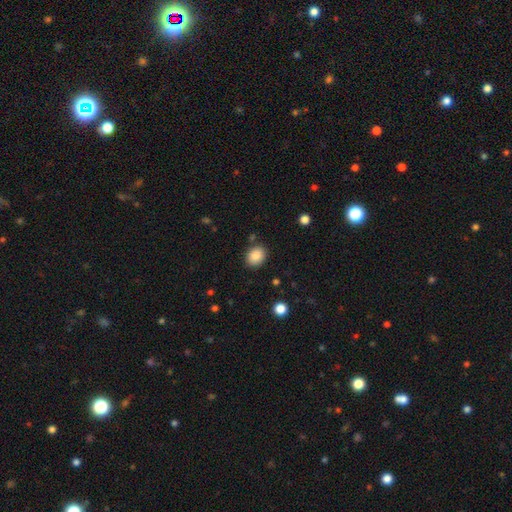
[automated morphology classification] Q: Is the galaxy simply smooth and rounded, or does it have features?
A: smooth — 86%.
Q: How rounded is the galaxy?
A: in between — 51%.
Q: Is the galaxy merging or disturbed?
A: none — 85%.